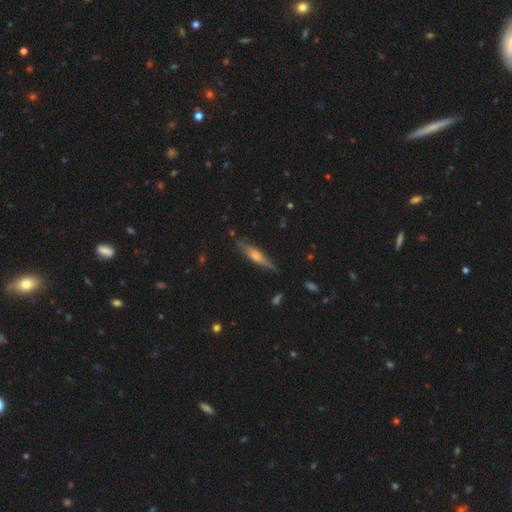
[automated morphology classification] smooth-or-featured: featured or disk: 57% | smooth: 37% | star or artifact: 7%
  disk-edge-on: yes: 92% | no: 8%
    edge-on-bulge: rounded: 77% | boxy: 13% | none: 9%
  merging: none: 82% | minor disturbance: 14% | major disturbance: 3% | merger: 2%